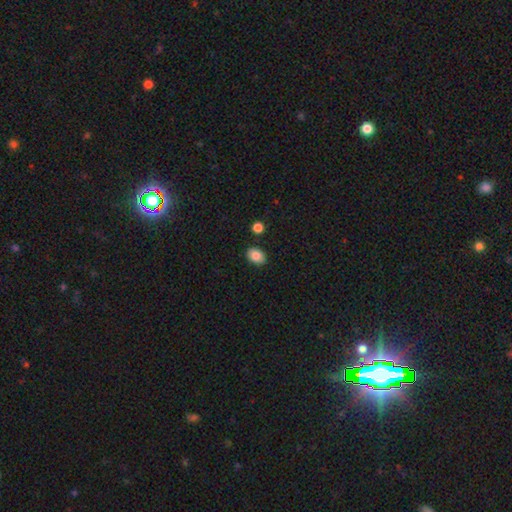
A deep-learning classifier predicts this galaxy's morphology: Smooth or featured?
  - smooth: 86% *
  - star or artifact: 8%
  - featured or disk: 6%
How rounded?
  - in between: 77% *
  - round: 22%
  - cigar-shaped: 1%
Merging?
  - none: 87% *
  - minor disturbance: 8%
  - merger: 3%
  - major disturbance: 2%